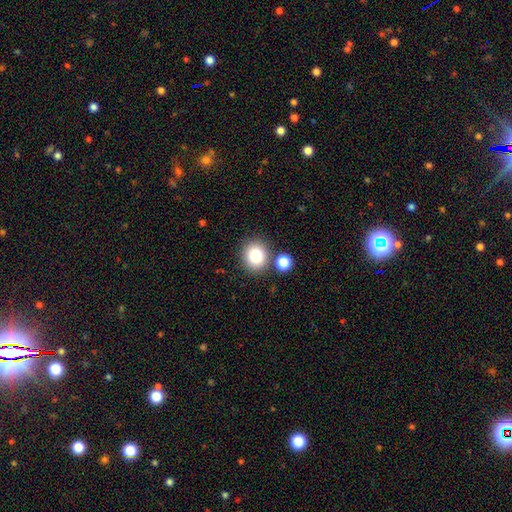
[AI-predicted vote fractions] smooth 82%, star or artifact 10%, featured or disk 8%. Down the decision tree: how rounded — round (76%); merging — none (78%).